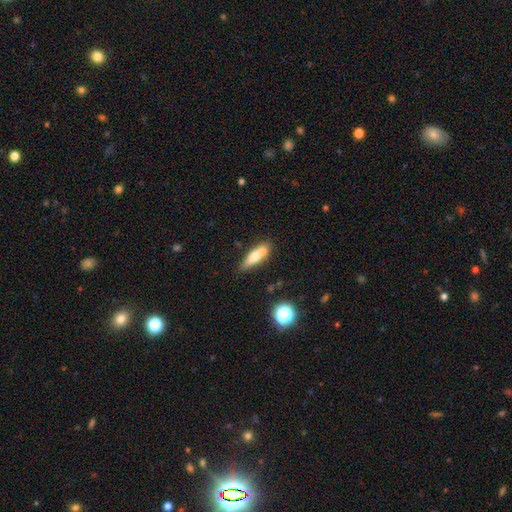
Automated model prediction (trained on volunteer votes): This appears to be a smooth galaxy with no disk features (65%) that is cigar-shaped (60%). Merging: none (63%).